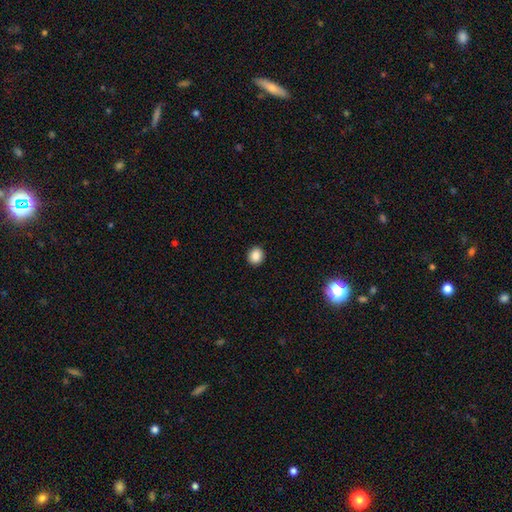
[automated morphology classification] Smooth or featured? smooth (87%)
How rounded? round (81%)
Merging? none (92%)